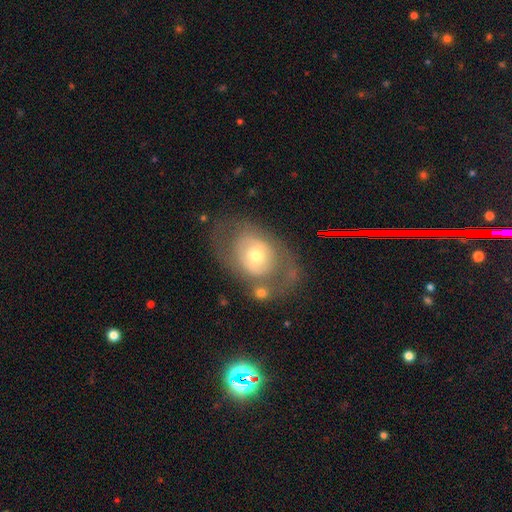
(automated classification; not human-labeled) Smooth or featured: featured or disk — 58% (smooth — 35%)
Edge-on disk: no — 93% (yes — 7%)
Bar: no — 72% (weak — 21%)
Spiral arms: no — 71% (yes — 29%)
Bulge size: moderate — 64% (small — 25%)
Merging: none — 62% (minor disturbance — 18%)